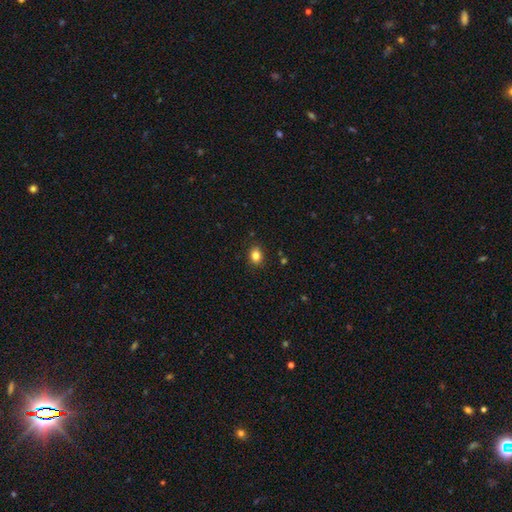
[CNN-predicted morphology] smooth-or-featured: smooth: 83% | star or artifact: 11% | featured or disk: 6%
  how-rounded: round: 53% | in between: 47% | cigar-shaped: 1%
  merging: none: 88% | minor disturbance: 9% | major disturbance: 2% | merger: 1%